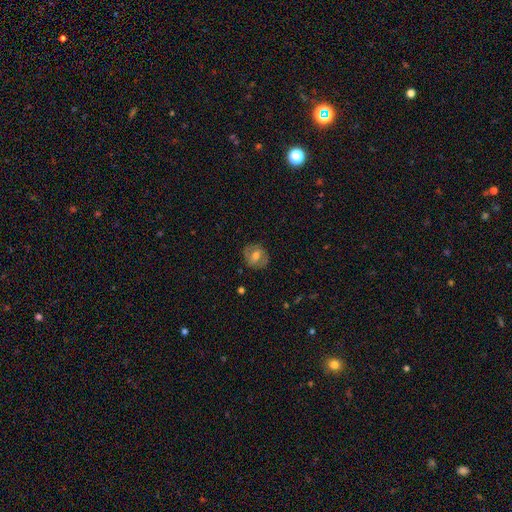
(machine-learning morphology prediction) Q: Smooth or featured?
A: smooth (51%); runner-up: featured or disk (41%)
Q: How rounded?
A: round (70%); runner-up: in between (28%)
Q: Merging?
A: none (80%); runner-up: minor disturbance (14%)